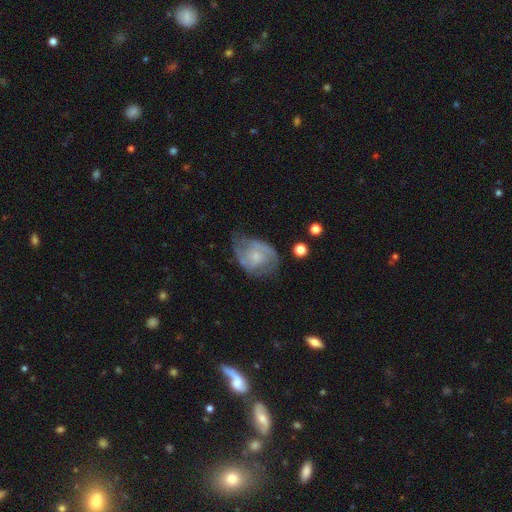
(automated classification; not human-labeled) This appears to be a featured or disk galaxy (71%) with no bar (70%), 2 (67%) medium (46%) spiral arms (87%) and a small central bulge (61%). Merging: none (51%).